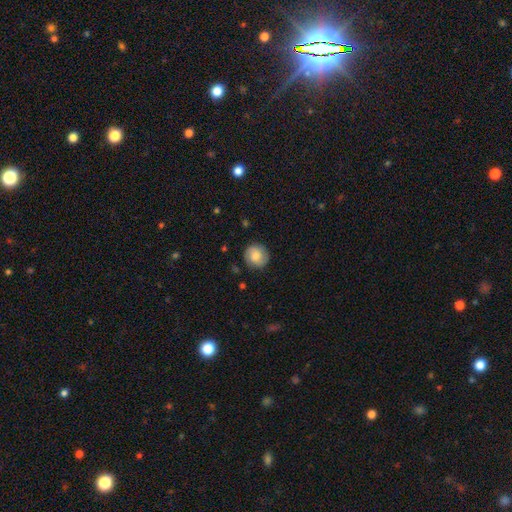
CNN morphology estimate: smooth_or_featured: smooth (p=0.66) [alt: featured or disk p=0.26]
how_rounded: round (p=0.89) [alt: in between p=0.10]
merging: none (p=0.85) [alt: minor disturbance p=0.11]